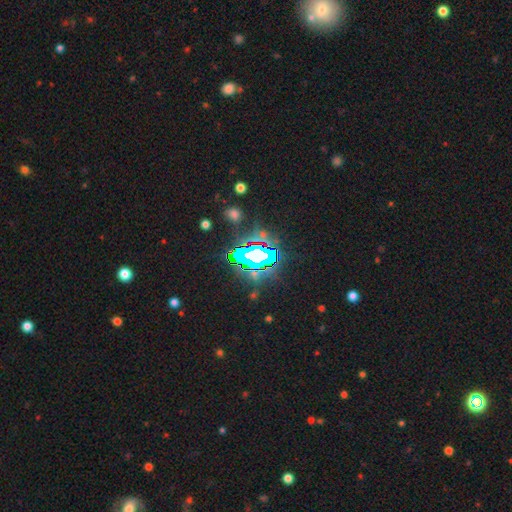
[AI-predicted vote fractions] Smooth or featured? Predicted: star or artifact (p=0.71).